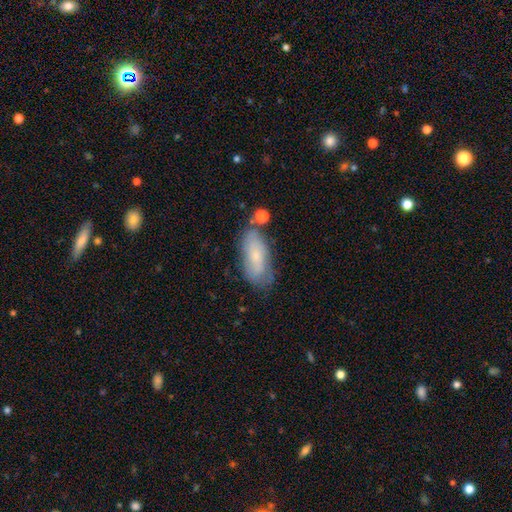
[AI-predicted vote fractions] smooth_or_featured: smooth (p=0.62) [alt: featured or disk p=0.31]
how_rounded: in between (p=0.83) [alt: cigar-shaped p=0.14]
merging: none (p=0.62) [alt: minor disturbance p=0.24]